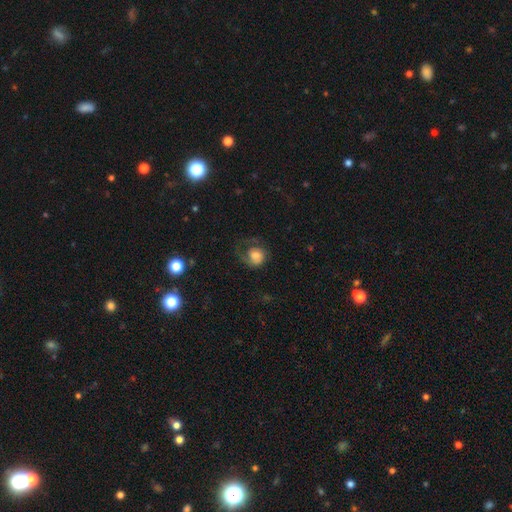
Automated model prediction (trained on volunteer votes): A smooth galaxy with no disk features (55%) that is round (69%).

Vote fractions:
- Smooth or featured? smooth: 55% / featured or disk: 36% / star or artifact: 9%
- How rounded? round: 69% / in between: 30% / cigar-shaped: 1%
- Merging? none: 39% / major disturbance: 38% / minor disturbance: 21% / merger: 2%